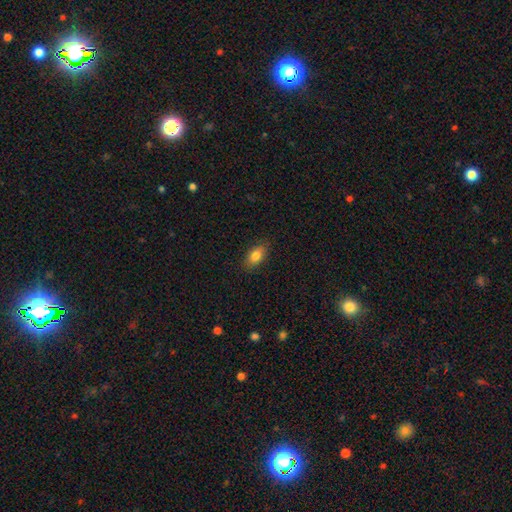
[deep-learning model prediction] Smooth or featured?
  - smooth: 82% *
  - featured or disk: 10%
  - star or artifact: 8%
How rounded?
  - in between: 88% *
  - round: 7%
  - cigar-shaped: 5%
Merging?
  - none: 87% *
  - minor disturbance: 10%
  - major disturbance: 2%
  - merger: 1%